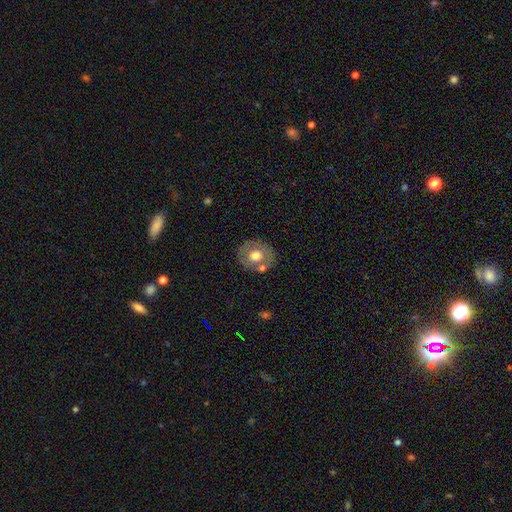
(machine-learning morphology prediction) smooth 56%, featured or disk 37%, star or artifact 8%. Down the decision tree: how rounded — round (76%); merging — none (72%).